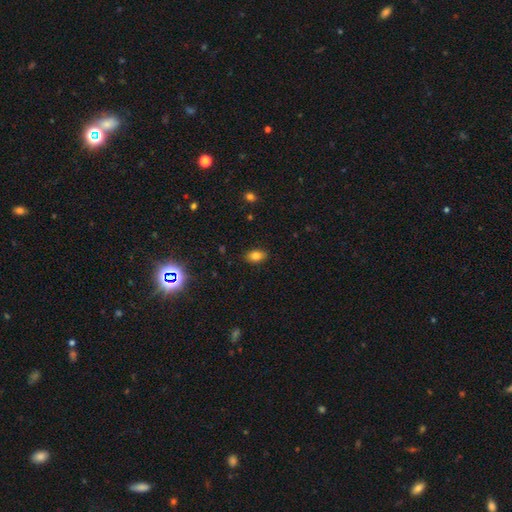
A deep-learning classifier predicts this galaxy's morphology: The model was most divided on "smooth or featured": smooth: 82%, star or artifact: 11%, featured or disk: 8%. More confident: merging — none (86%); how rounded — in between (86%).